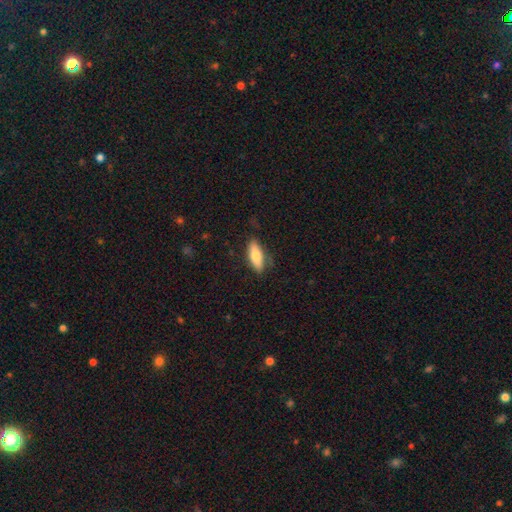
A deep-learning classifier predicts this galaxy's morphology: Overall: smooth (75%). How rounded: in between (64%; cigar-shaped 34%). Merging: none (78%).